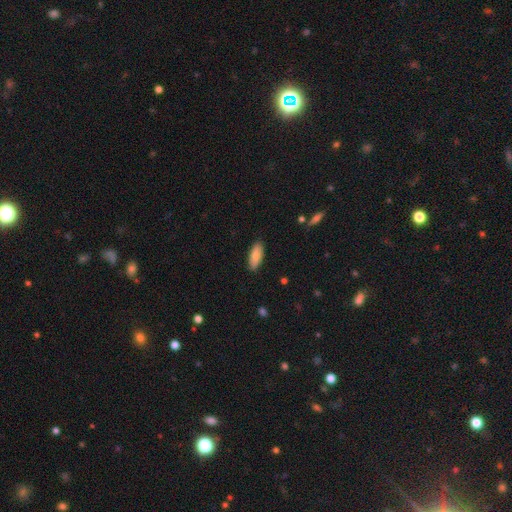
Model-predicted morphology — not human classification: smooth 80%, featured or disk 14%, star or artifact 6%. Down the decision tree: how rounded — in between (79%); merging — none (87%).